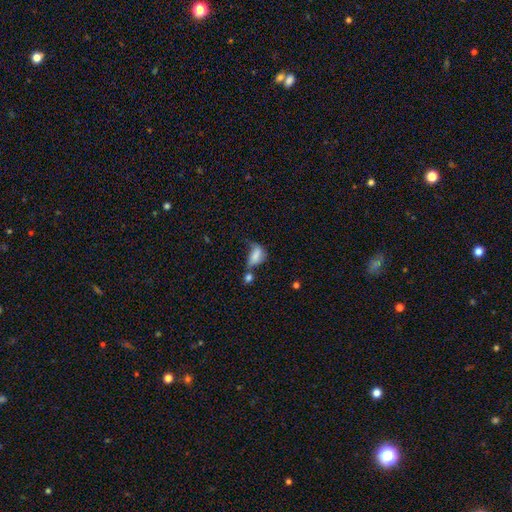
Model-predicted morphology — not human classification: Overall: smooth (71%). How rounded: in between (85%). Merging: merger (34%; major disturbance 27%).